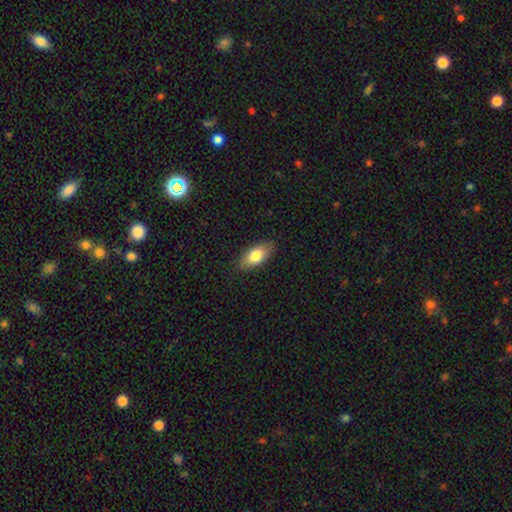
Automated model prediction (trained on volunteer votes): Smooth or featured: smooth — 79% (featured or disk — 14%)
How rounded: in between — 88% (cigar-shaped — 9%)
Merging: none — 85% (minor disturbance — 12%)